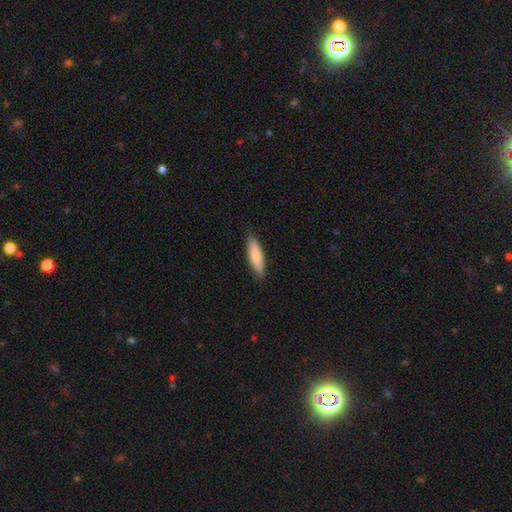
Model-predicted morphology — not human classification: smooth-or-featured: smooth: 75% | featured or disk: 19% | star or artifact: 5%
  how-rounded: cigar-shaped: 63% | in between: 35% | round: 2%
  merging: none: 87% | minor disturbance: 11% | major disturbance: 2% | merger: 1%